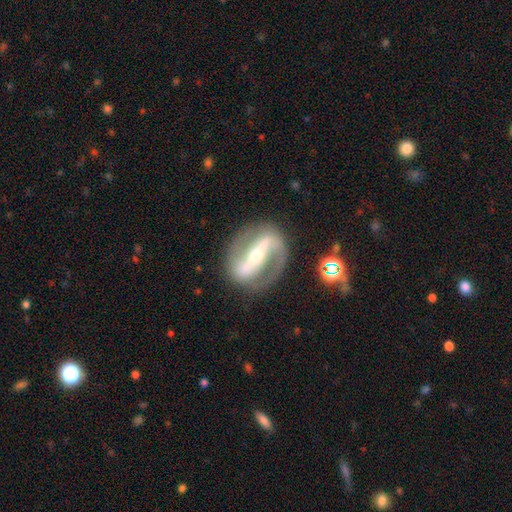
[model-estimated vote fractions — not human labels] This is clearly a featured or disk galaxy (84%). It is clearly not viewed edge-on (87%). Bar: clearly strong (81%). Spiral arm pattern: likely yes (72%). Spiral arm count: clearly 2 (86%). Spiral winding: marginally medium (41%). Central bulge: possibly small (52%). Merging: clearly none (80%).